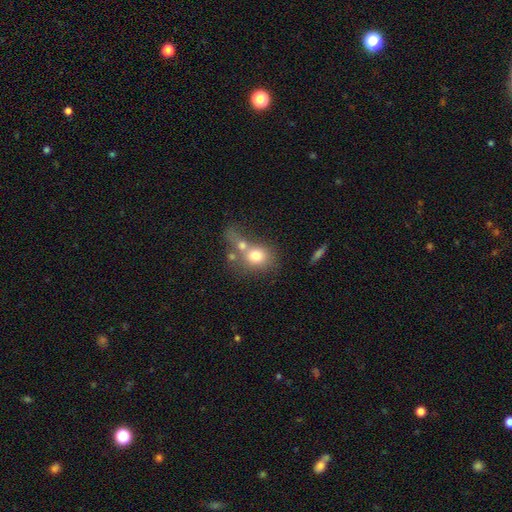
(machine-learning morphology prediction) Overall: smooth (72%). How rounded: round (66%; in between 32%). Merging: merger (54%; none 28%).